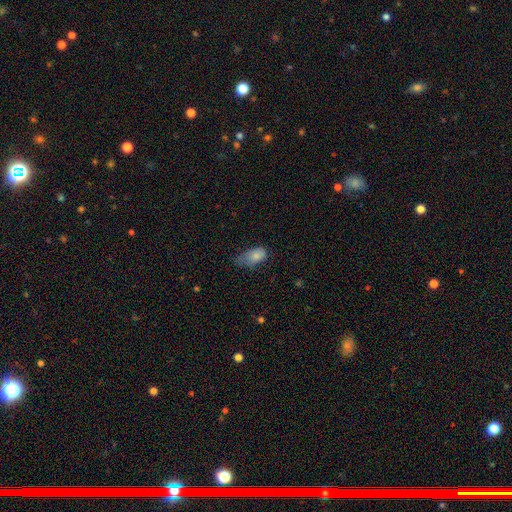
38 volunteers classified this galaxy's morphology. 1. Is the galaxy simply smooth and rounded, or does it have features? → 87% smooth, 8% star or artifact, 5% featured or disk.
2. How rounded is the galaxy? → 94% in between, 6% round, 0% cigar-shaped.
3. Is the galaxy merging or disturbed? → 46% minor disturbance, 31% major disturbance, 23% none, 0% merger.